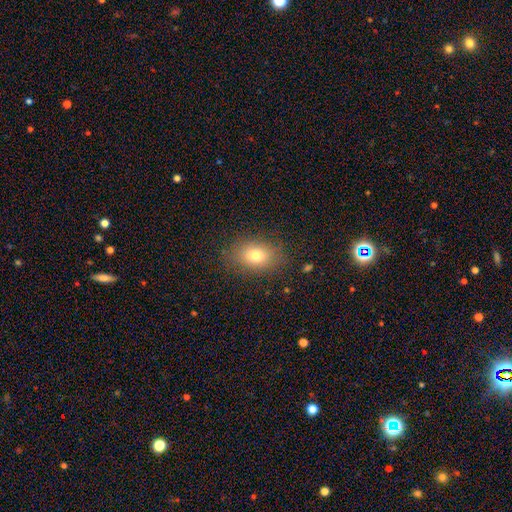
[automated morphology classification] smooth 75%, star or artifact 13%, featured or disk 12%. Down the decision tree: how rounded — in between (65%); merging — none (84%).